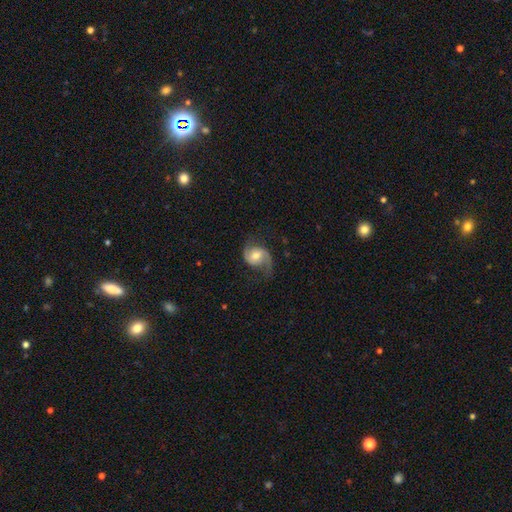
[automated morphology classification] Overall: featured or disk (75%). Edge-on disk: no (97%). Bar: no (52%; weak 38%). Spiral arms: yes (94%). Spiral arm count: 2 (81%). Spiral winding: loose (46%; medium 41%). Bulge size: moderate (64%; small 25%). Merging: none (61%; minor disturbance 21%).